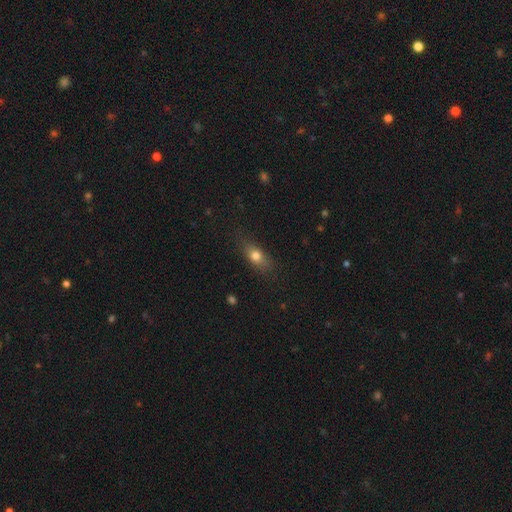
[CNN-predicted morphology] Q: Smooth or featured?
A: smooth (73%); runner-up: featured or disk (17%)
Q: How rounded?
A: in between (68%); runner-up: cigar-shaped (18%)
Q: Merging?
A: none (72%); runner-up: minor disturbance (20%)